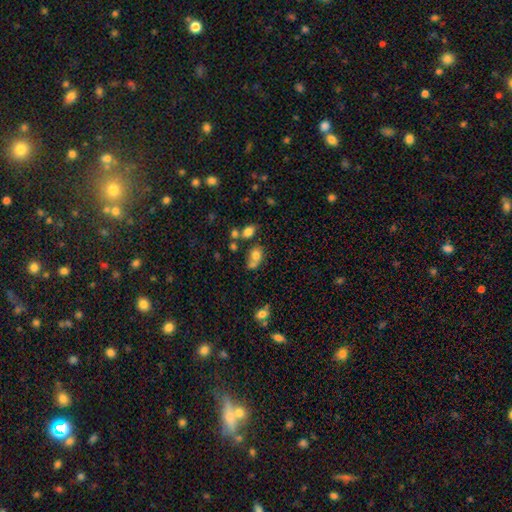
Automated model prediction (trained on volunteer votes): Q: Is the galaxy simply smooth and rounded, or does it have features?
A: smooth — 73%.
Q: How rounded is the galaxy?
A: in between — 58%.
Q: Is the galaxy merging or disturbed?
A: merger — 45%.